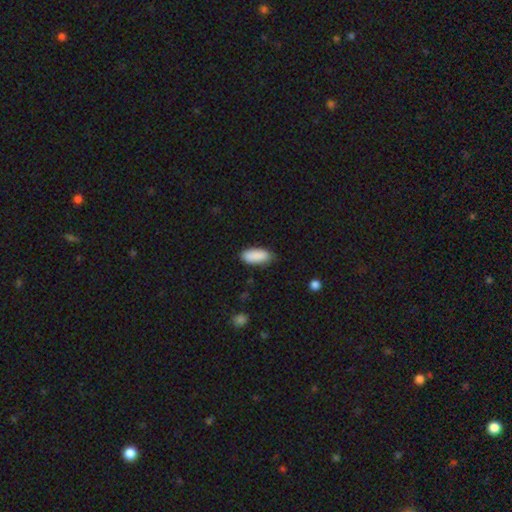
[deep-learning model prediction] smooth-or-featured: smooth: 90% | star or artifact: 6% | featured or disk: 4%
  how-rounded: in between: 85% | cigar-shaped: 13% | round: 2%
  merging: none: 80% | minor disturbance: 16% | major disturbance: 3% | merger: 1%